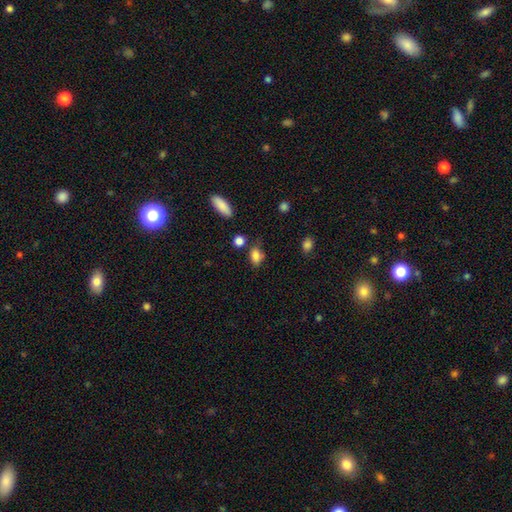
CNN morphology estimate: Overall: smooth (84%). How rounded: in between (77%). Merging: none (62%; minor disturbance 24%).